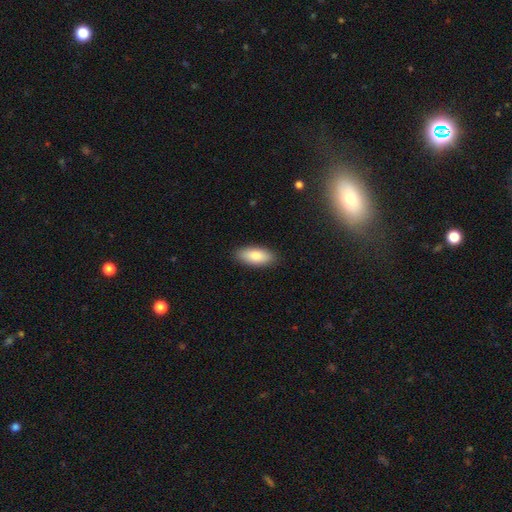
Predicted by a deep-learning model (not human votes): Smooth or featured: smooth — 82% (featured or disk — 12%)
How rounded: in between — 86% (cigar-shaped — 12%)
Merging: none — 89% (minor disturbance — 8%)